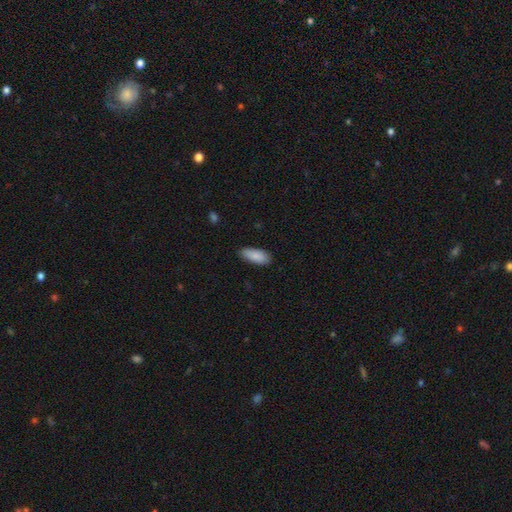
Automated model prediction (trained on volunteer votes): Q: Smooth or featured?
A: smooth (88%); runner-up: star or artifact (6%)
Q: How rounded?
A: in between (82%); runner-up: cigar-shaped (16%)
Q: Merging?
A: none (84%); runner-up: minor disturbance (13%)